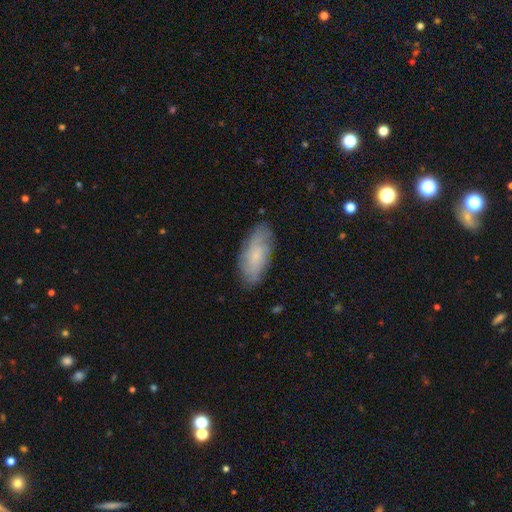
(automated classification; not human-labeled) This is possibly a smooth galaxy (54%). How rounded: clearly in between (84%). Merging: likely none (80%).